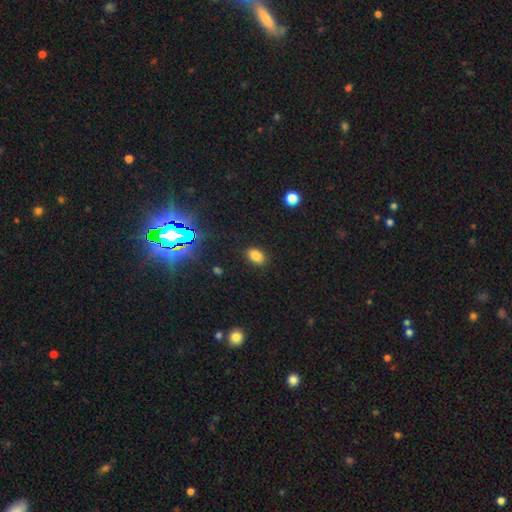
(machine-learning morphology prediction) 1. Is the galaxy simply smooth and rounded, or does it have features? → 81% smooth, 14% star or artifact, 5% featured or disk.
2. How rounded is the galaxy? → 85% in between, 14% round, 1% cigar-shaped.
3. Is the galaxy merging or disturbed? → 87% none, 9% minor disturbance, 3% major disturbance, 1% merger.